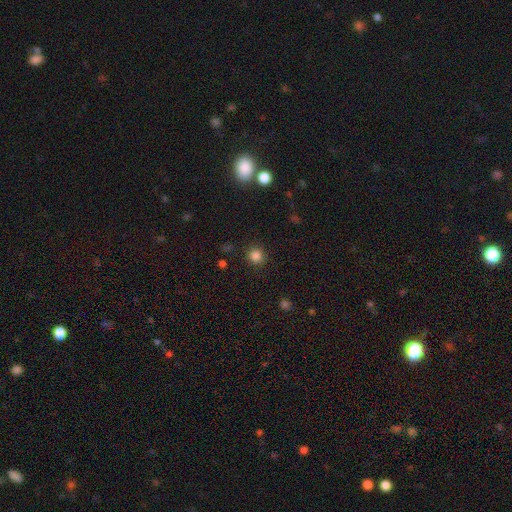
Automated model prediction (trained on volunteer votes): Smooth or featured: smooth — 83% (star or artifact — 13%)
How rounded: round — 92% (in between — 7%)
Merging: none — 90% (minor disturbance — 6%)